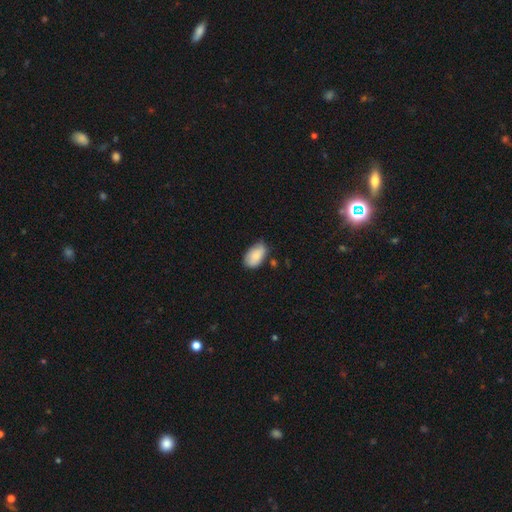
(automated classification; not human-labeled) smooth-or-featured: smooth: 82% | featured or disk: 11% | star or artifact: 7%
  how-rounded: in between: 93% | round: 6% | cigar-shaped: 1%
  merging: none: 60% | minor disturbance: 32% | major disturbance: 5% | merger: 3%